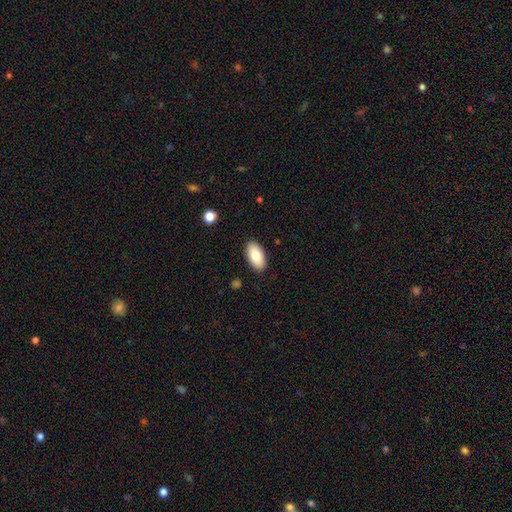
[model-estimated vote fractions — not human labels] Morphology: type=smooth (82%); roundness=in between (94%); merging=none (89%).